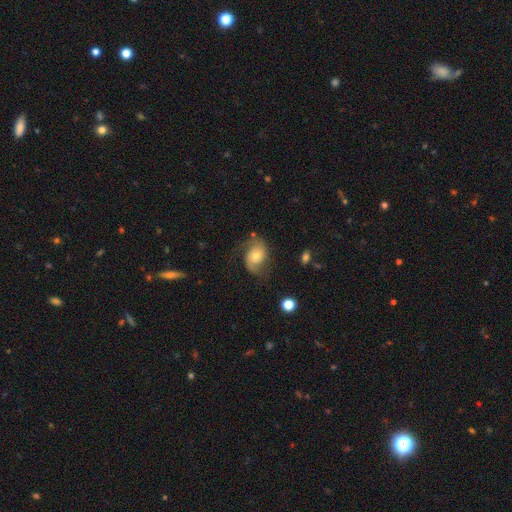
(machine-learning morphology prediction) This is likely a featured or disk galaxy (66%). It is clearly not viewed edge-on (97%). Bar: likely no (73%). Spiral arm pattern: clearly yes (90%). Spiral arm count: clearly 2 (85%). Spiral winding: marginally loose (42%). Central bulge: possibly moderate (51%). Merging: likely none (62%).